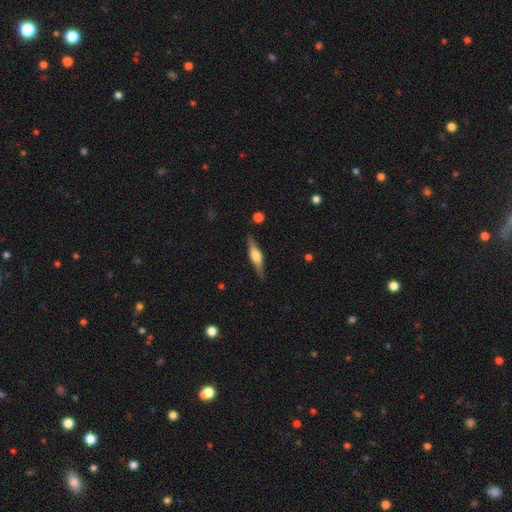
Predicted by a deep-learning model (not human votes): This is likely a featured or disk galaxy (65%). It is clearly viewed edge-on (96%). Edge-on bulge: clearly rounded (85%). Merging: clearly none (86%).